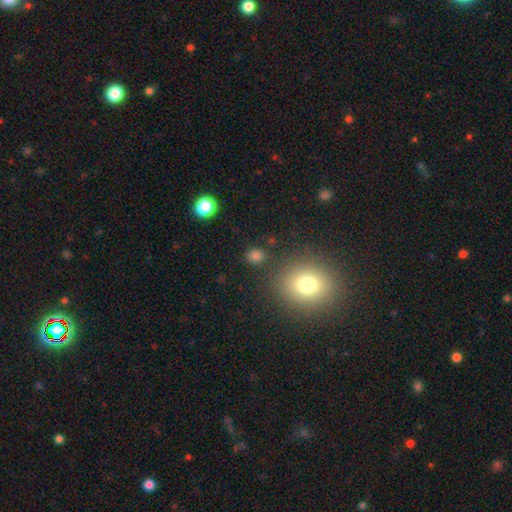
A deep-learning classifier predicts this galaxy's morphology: Smooth or featured?
  - smooth: 78% *
  - star or artifact: 17%
  - featured or disk: 5%
How rounded?
  - round: 68% *
  - in between: 31%
  - cigar-shaped: 1%
Merging?
  - none: 83% *
  - minor disturbance: 9%
  - merger: 4%
  - major disturbance: 4%